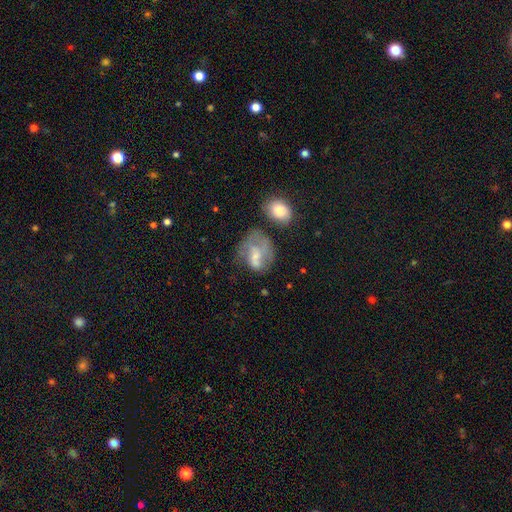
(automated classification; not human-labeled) This is possibly a featured or disk galaxy (47%). Merging: marginally major disturbance (33%).